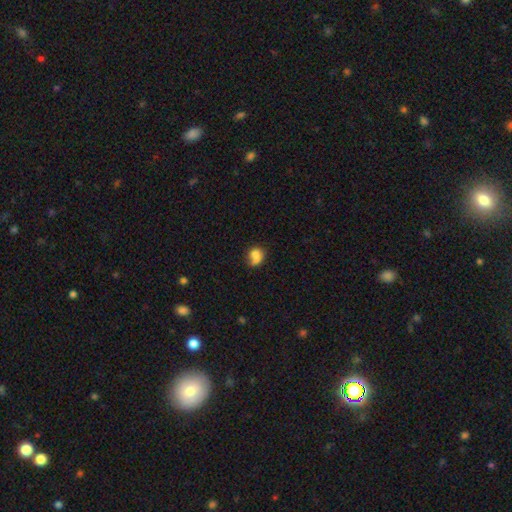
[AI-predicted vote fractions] Morphology: type=smooth (69%); roundness=round (60%); merging=merger (42%).